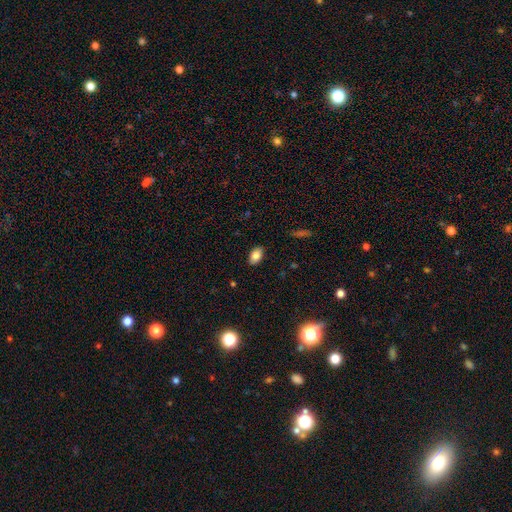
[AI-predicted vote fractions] Morphology: type=smooth (82%); roundness=in between (91%); merging=none (88%).